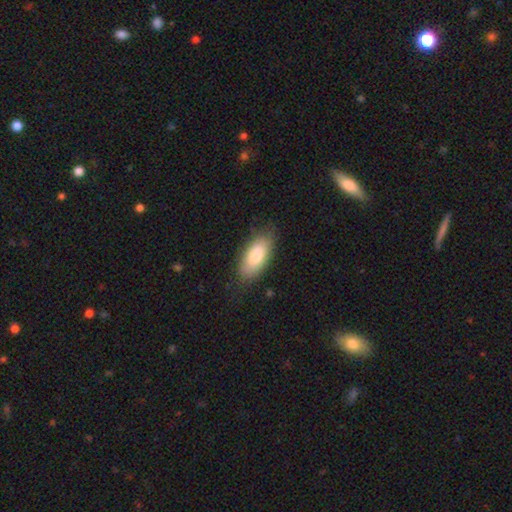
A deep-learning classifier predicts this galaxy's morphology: A smooth galaxy with no disk features (80%) that is in between round and cigar-shaped (89%).

Vote fractions:
- Smooth or featured? smooth: 80% / featured or disk: 14% / star or artifact: 6%
- How rounded? in between: 89% / cigar-shaped: 9% / round: 2%
- Merging? none: 80% / minor disturbance: 15% / major disturbance: 3% / merger: 1%